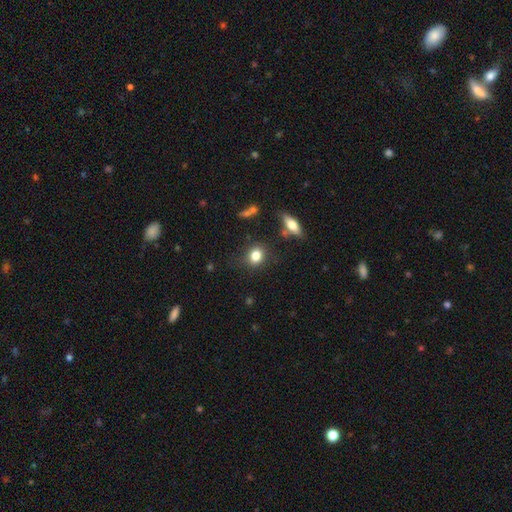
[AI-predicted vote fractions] This appears to be a smooth galaxy with no disk features (82%) that is round (62%). Merging: none (78%).